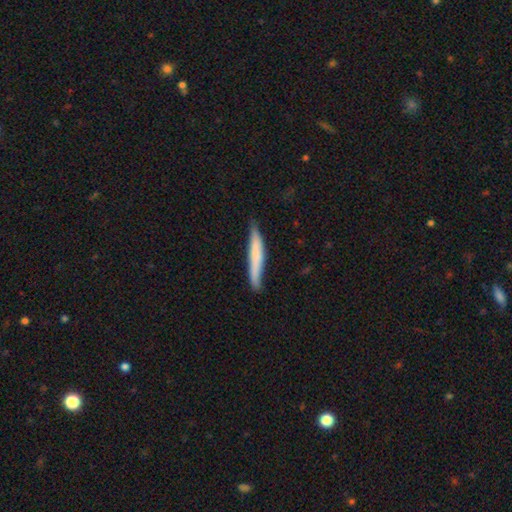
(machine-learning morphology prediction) type=smooth (66%); roundness=cigar-shaped (95%); merging=none (76%).